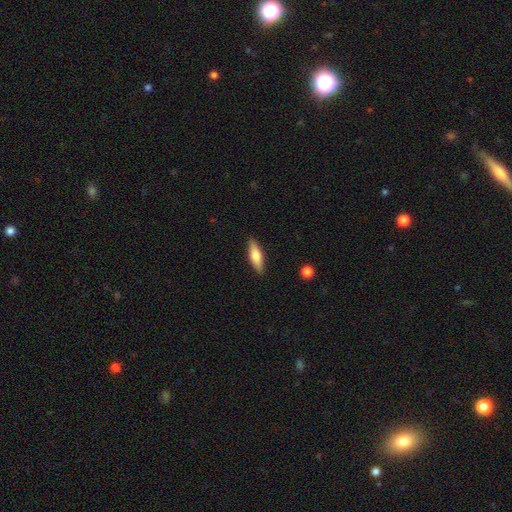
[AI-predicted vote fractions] smooth_or_featured: smooth (p=0.65) [alt: featured or disk p=0.29]
how_rounded: cigar-shaped (p=0.55) [alt: in between p=0.43]
merging: none (p=0.89) [alt: minor disturbance p=0.08]